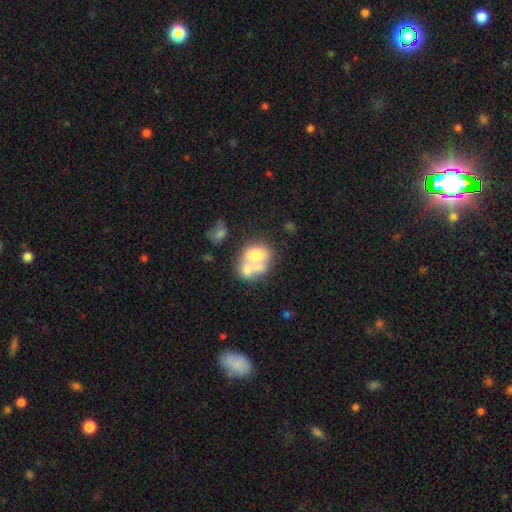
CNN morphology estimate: smooth-or-featured: smooth: 61% | featured or disk: 30% | star or artifact: 9%
  how-rounded: in between: 55% | round: 44% | cigar-shaped: 1%
  merging: merger: 62% | none: 20% | major disturbance: 9% | minor disturbance: 9%